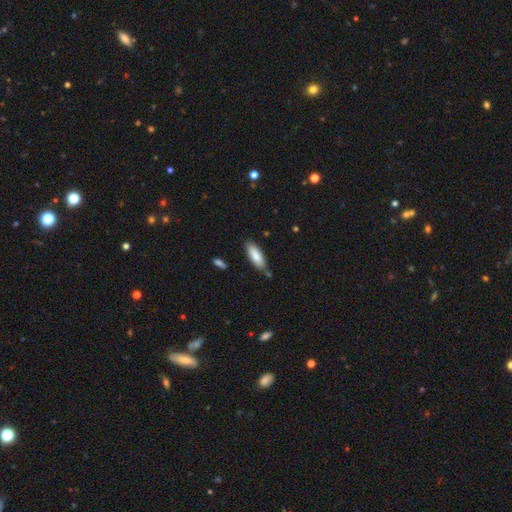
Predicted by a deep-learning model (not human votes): Morphology: type=smooth (85%); roundness=in between (64%); merging=none (78%).